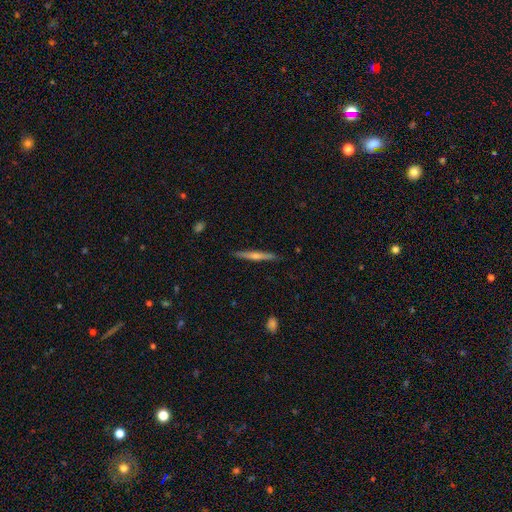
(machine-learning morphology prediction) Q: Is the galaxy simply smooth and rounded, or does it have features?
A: featured or disk — 68%.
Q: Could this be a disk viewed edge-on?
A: yes — 97%.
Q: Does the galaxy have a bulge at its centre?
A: rounded — 78%.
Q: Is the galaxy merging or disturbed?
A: none — 90%.